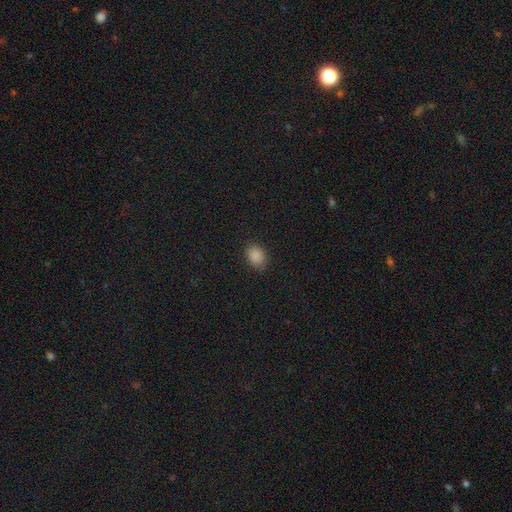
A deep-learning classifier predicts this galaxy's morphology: Smooth or featured?
  - smooth: 87% *
  - star or artifact: 10%
  - featured or disk: 3%
How rounded?
  - in between: 71% *
  - round: 28%
  - cigar-shaped: 1%
Merging?
  - none: 85% *
  - minor disturbance: 11%
  - major disturbance: 3%
  - merger: 1%